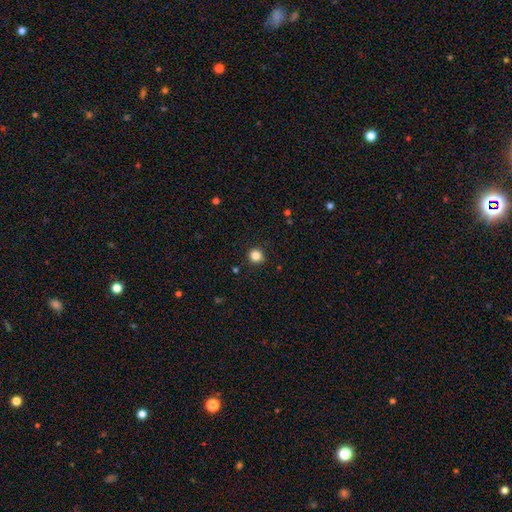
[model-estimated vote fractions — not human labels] The model was most divided on "smooth or featured": smooth: 84%, star or artifact: 12%, featured or disk: 4%. More confident: how rounded — round (91%); merging — none (90%).